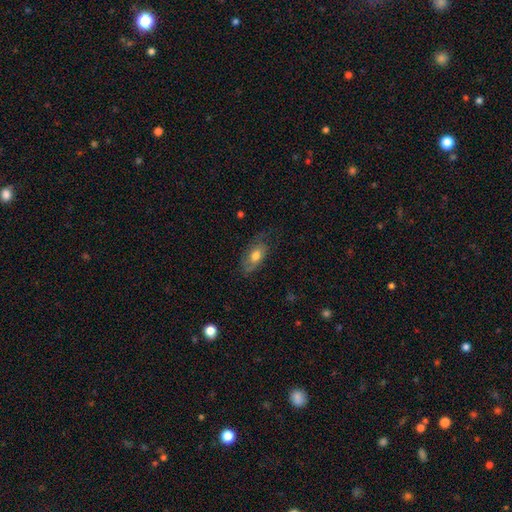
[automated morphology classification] Q: Smooth or featured?
A: smooth (60%); runner-up: featured or disk (33%)
Q: How rounded?
A: in between (88%); runner-up: cigar-shaped (7%)
Q: Merging?
A: none (62%); runner-up: minor disturbance (26%)